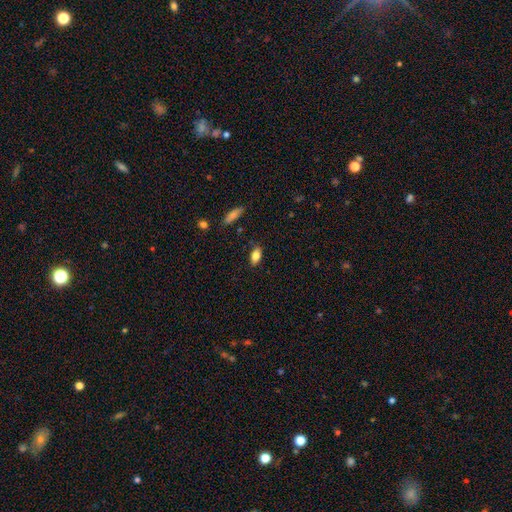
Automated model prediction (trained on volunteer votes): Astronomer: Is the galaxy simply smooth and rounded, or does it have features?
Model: smooth — 81%.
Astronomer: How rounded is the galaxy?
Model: in between — 88%.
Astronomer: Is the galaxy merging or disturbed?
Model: none — 83%.